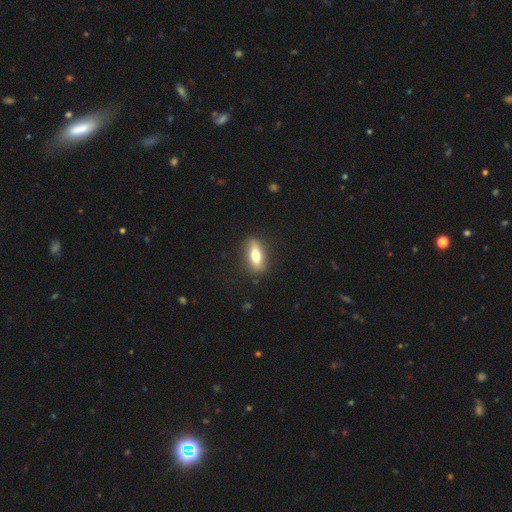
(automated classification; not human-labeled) The model was most divided on "smooth or featured": smooth: 64%, featured or disk: 28%, star or artifact: 7%. More confident: merging — none (85%); how rounded — in between (67%).